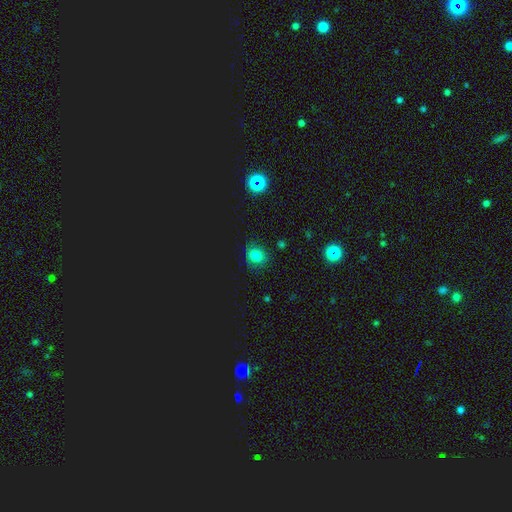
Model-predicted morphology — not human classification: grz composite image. It shows a smooth galaxy with no disk features (70%) that is round (79%). Merging: none (79%).